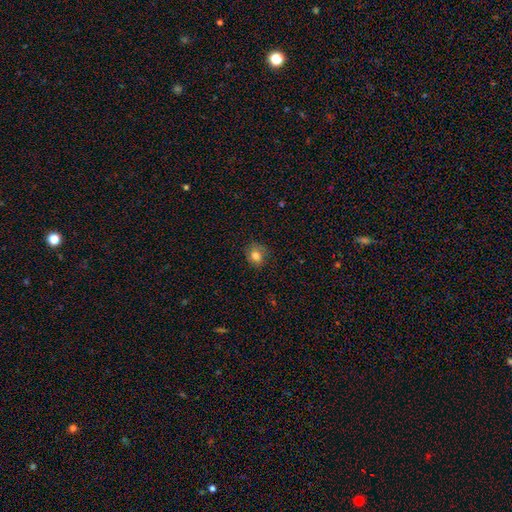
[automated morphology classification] This appears to be a smooth galaxy with no disk features (81%) that is round (66%). Merging: none (76%).